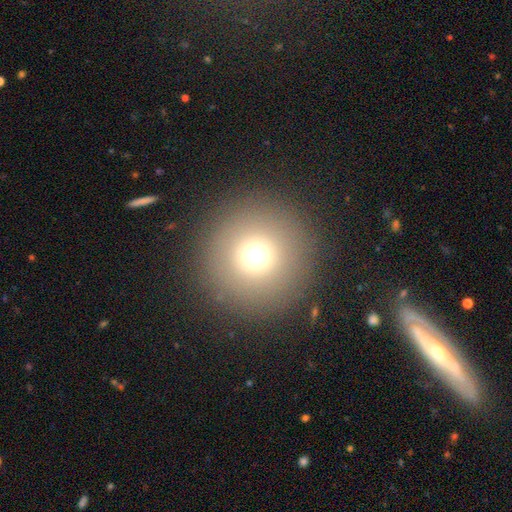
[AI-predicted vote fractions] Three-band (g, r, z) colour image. It shows a smooth galaxy with no disk features (70%) that is round (97%). Merging: none (90%).